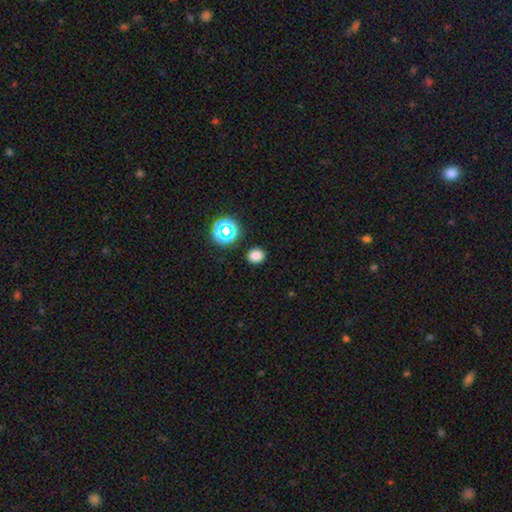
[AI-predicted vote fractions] A smooth galaxy with no disk features (79%) that is round (68%). Merging: none (89%).